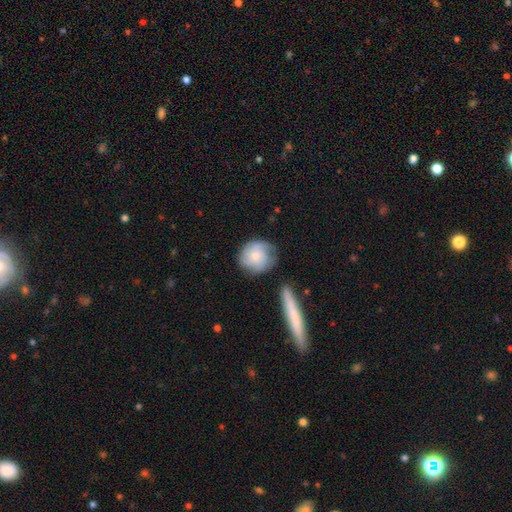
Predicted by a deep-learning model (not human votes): Overall: smooth (56%; featured or disk 37%). How rounded: round (84%). Merging: none (62%; minor disturbance 24%).